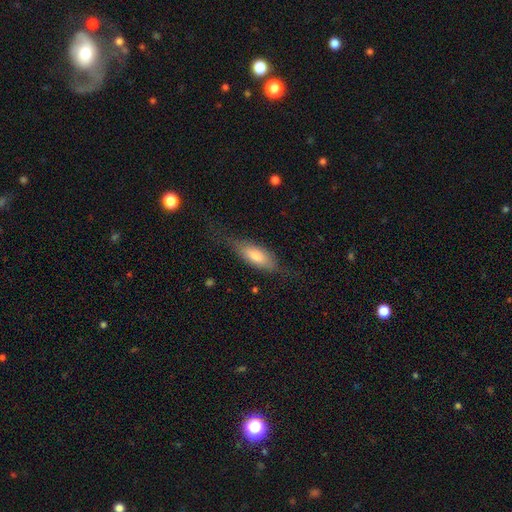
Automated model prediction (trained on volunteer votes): The model was most divided on "how rounded": in between: 65%, cigar-shaped: 33%, round: 3%. More confident: smooth or featured — smooth (64%); merging — none (64%).